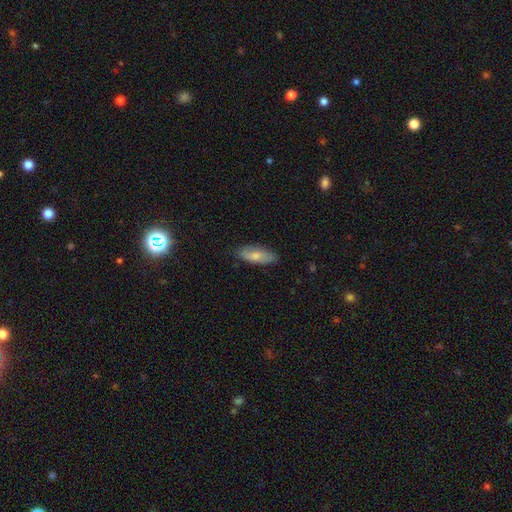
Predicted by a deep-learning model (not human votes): Overall: smooth (72%). How rounded: in between (75%). Merging: none (80%).